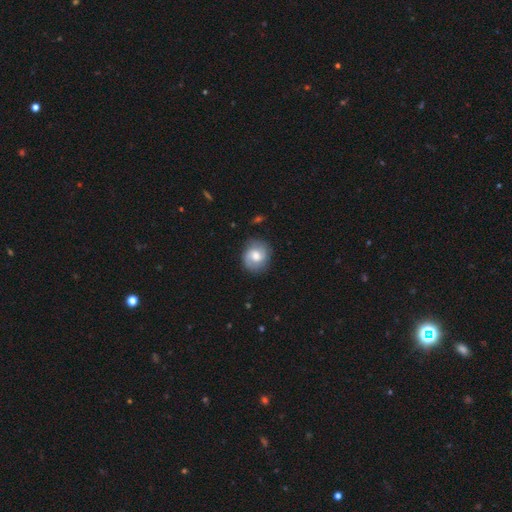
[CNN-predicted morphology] A featured or disk galaxy (51%).

Vote fractions:
- Smooth or featured? featured or disk: 51% / smooth: 42% / star or artifact: 7%
- Edge-on disk? no: 97% / yes: 3%
- Merging? none: 80% / minor disturbance: 14% / major disturbance: 4% / merger: 1%